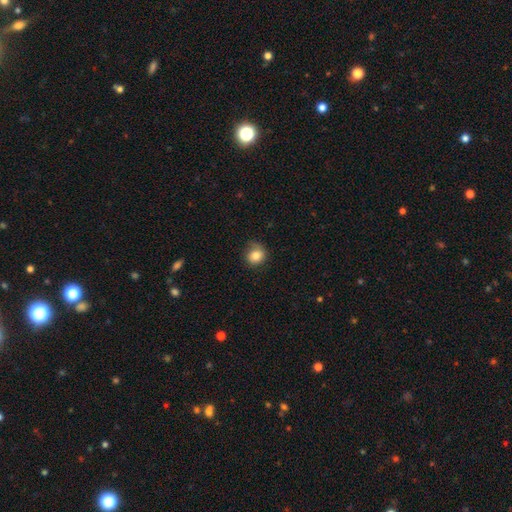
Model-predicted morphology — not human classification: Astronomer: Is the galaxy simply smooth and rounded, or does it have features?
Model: smooth — 82%.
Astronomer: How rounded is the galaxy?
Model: round — 83%.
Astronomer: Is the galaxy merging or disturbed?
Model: none — 66%.